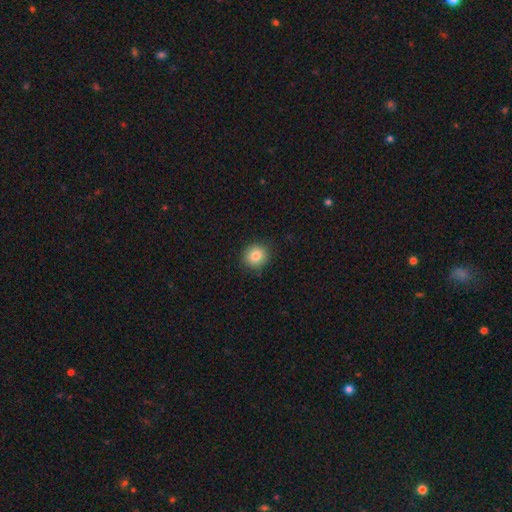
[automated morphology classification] Smooth or featured? Predicted: smooth (p=0.84). How rounded? Predicted: round (p=0.89). Merging? Predicted: none (p=0.89).